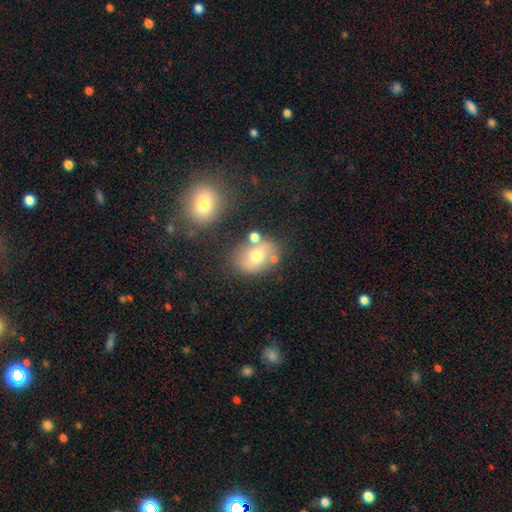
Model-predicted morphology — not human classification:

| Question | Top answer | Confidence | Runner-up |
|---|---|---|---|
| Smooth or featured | smooth | 64% | featured or disk (25%) |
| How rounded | in between | 65% | round (34%) |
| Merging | none | 65% | minor disturbance (15%) |